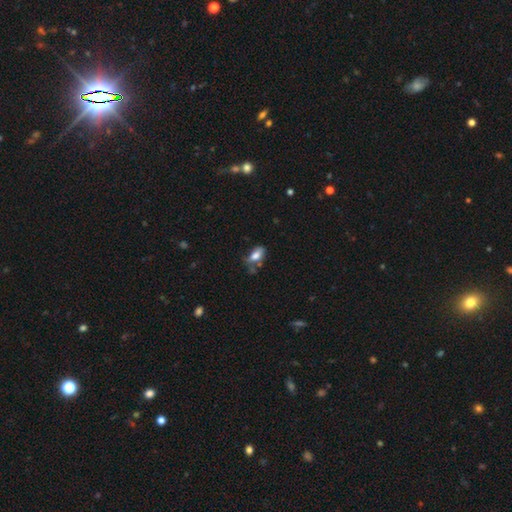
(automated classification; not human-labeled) A smooth galaxy with no disk features (75%) that is in between round and cigar-shaped (89%).

Vote fractions:
- Smooth or featured? smooth: 75% / featured or disk: 16% / star or artifact: 9%
- How rounded? in between: 89% / round: 6% / cigar-shaped: 6%
- Merging? none: 45% / minor disturbance: 29% / major disturbance: 13% / merger: 13%